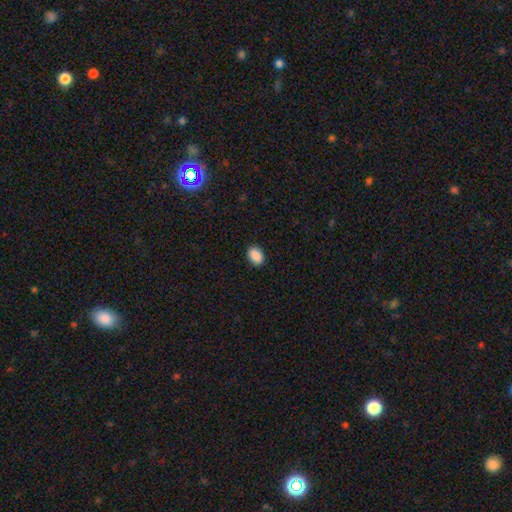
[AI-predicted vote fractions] Smooth or featured? Predicted: smooth (p=0.90). How rounded? Predicted: in between (p=0.81). Merging? Predicted: none (p=0.89).